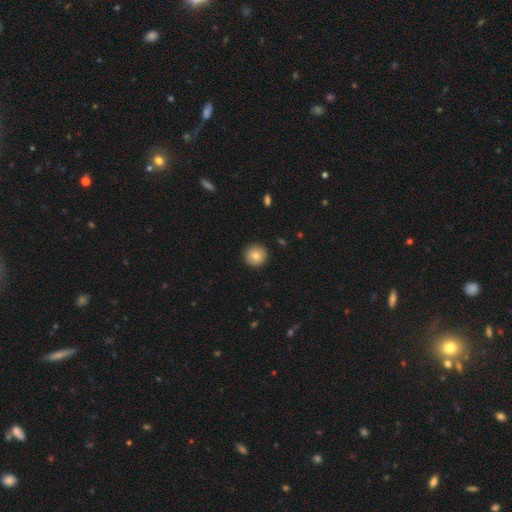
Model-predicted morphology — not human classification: smooth-or-featured: smooth: 80% | featured or disk: 11% | star or artifact: 9%
  how-rounded: round: 95% | in between: 4% | cigar-shaped: 1%
  merging: none: 92% | minor disturbance: 6% | major disturbance: 2% | merger: 1%